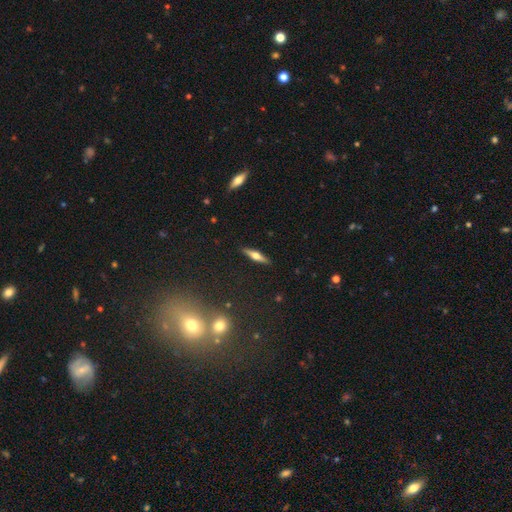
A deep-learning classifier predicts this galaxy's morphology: The model was most divided on "smooth or featured": featured or disk: 53%, smooth: 39%, star or artifact: 7%. More confident: edge-on disk — yes (94%); edge-on bulge — rounded (92%); merging — none (90%).